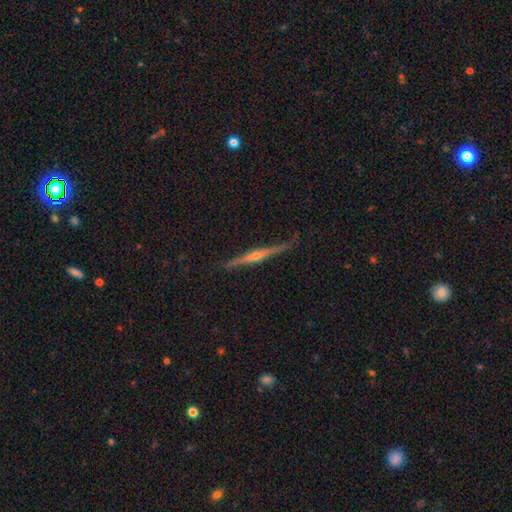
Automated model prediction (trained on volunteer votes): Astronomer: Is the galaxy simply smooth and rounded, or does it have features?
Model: featured or disk — 81%.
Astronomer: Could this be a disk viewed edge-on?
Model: yes — 98%.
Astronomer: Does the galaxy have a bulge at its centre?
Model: rounded — 81%.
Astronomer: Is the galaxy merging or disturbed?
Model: none — 88%.